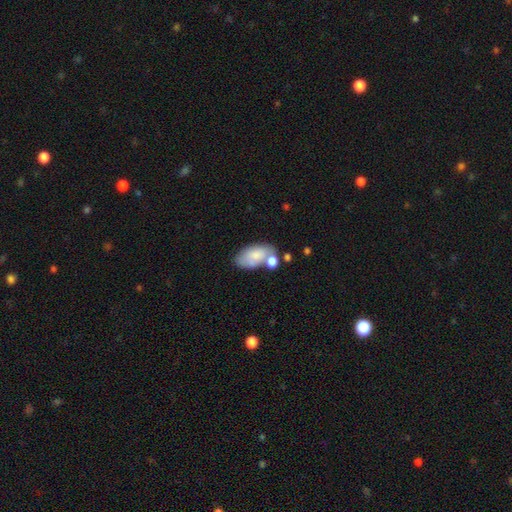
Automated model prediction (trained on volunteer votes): Morphology: type=smooth (77%); roundness=in between (94%); merging=none (44%).